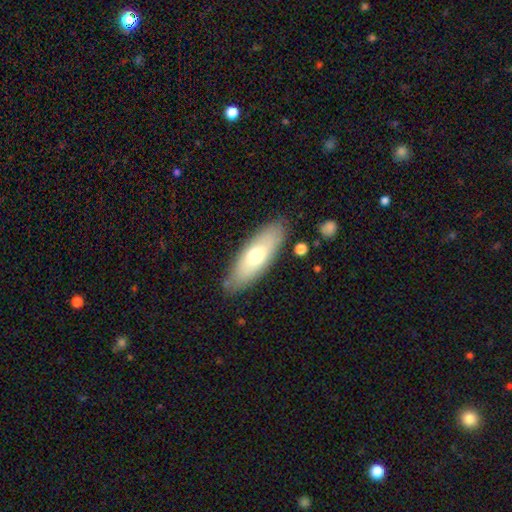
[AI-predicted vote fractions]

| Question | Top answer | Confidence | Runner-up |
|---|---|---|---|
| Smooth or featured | smooth | 64% | featured or disk (30%) |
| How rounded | in between | 67% | cigar-shaped (31%) |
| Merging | none | 83% | minor disturbance (12%) |